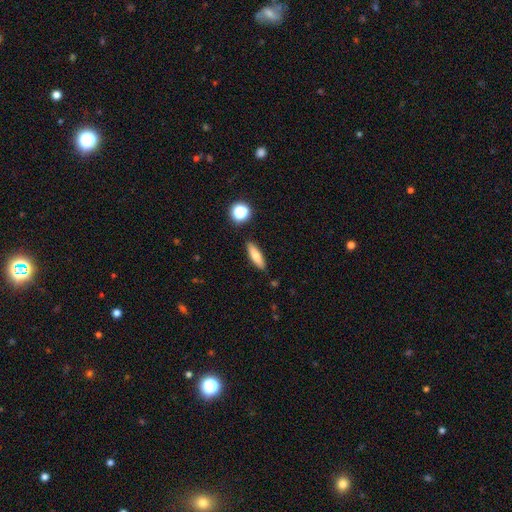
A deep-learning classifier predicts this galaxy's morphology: A smooth galaxy with no disk features (71%) that is cigar-shaped (61%).

Vote fractions:
- Smooth or featured? smooth: 71% / featured or disk: 21% / star or artifact: 9%
- How rounded? cigar-shaped: 61% / in between: 35% / round: 3%
- Merging? none: 87% / minor disturbance: 9% / merger: 2% / major disturbance: 2%